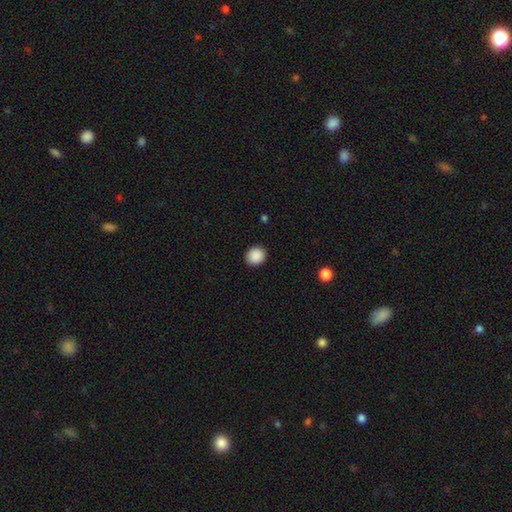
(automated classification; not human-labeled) Smooth or featured? Predicted: smooth (p=0.89). How rounded? Predicted: round (p=0.81). Merging? Predicted: none (p=0.90).